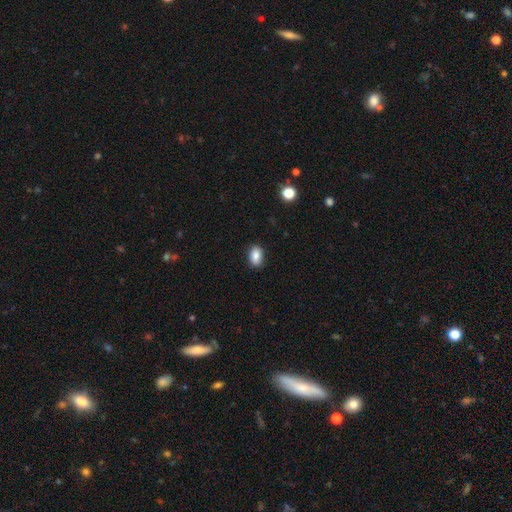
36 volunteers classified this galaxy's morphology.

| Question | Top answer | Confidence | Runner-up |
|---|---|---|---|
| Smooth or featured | smooth | 92% | featured or disk (6%) |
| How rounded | in between | 91% | round (9%) |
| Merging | none | 80% | minor disturbance (20%) |